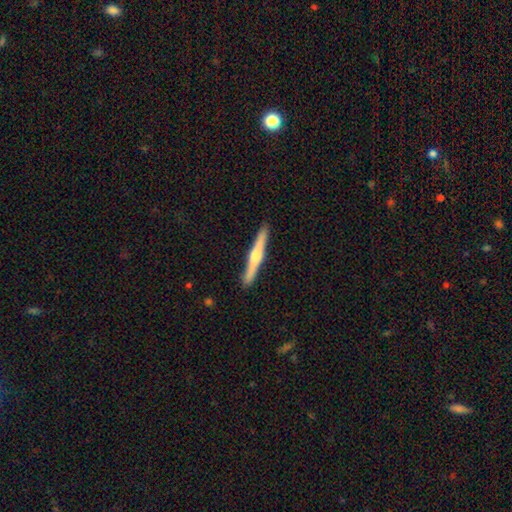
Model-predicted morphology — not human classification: Overall: featured or disk (65%; smooth 30%). Edge-on disk: yes (98%). Edge-on bulge: rounded (85%). Merging: none (91%).